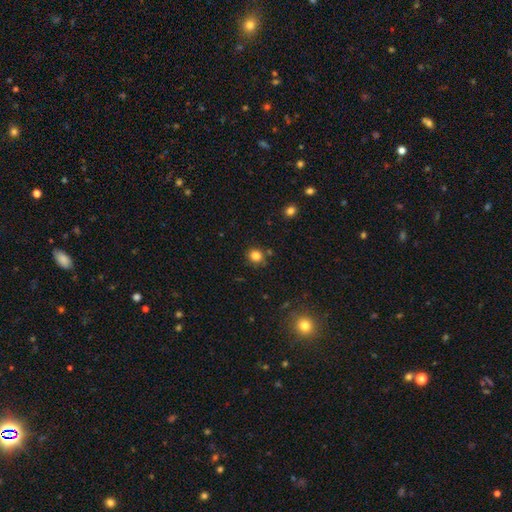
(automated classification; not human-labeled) A smooth galaxy with no disk features (83%) that is round (84%). Merging: none (81%).